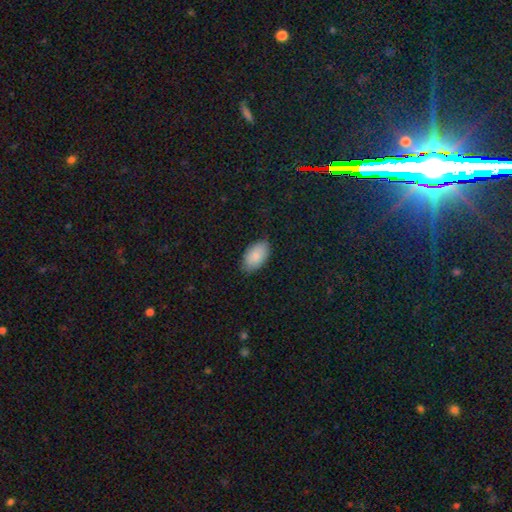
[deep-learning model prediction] smooth 85%, featured or disk 9%, star or artifact 6%. Down the decision tree: how rounded — in between (95%); merging — none (83%).